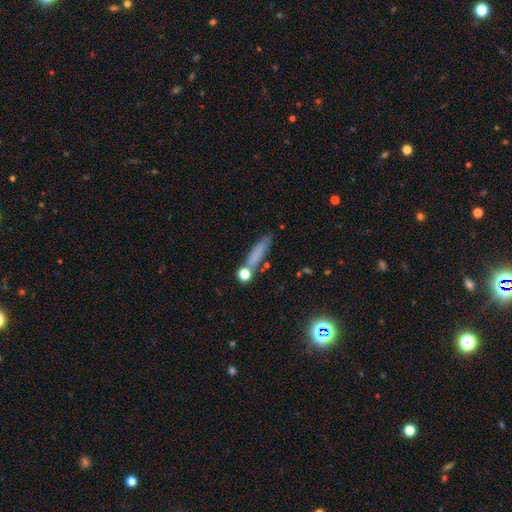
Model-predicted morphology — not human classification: Q: Smooth or featured?
A: smooth (67%); runner-up: featured or disk (18%)
Q: How rounded?
A: cigar-shaped (78%); runner-up: in between (17%)
Q: Merging?
A: none (70%); runner-up: minor disturbance (15%)